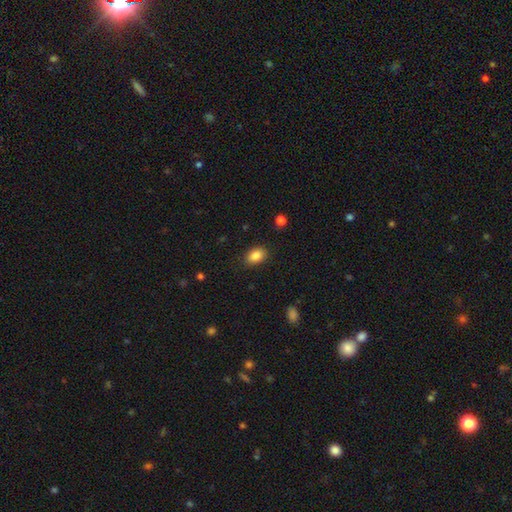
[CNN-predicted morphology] The model was most divided on "how rounded": in between: 82%, round: 17%, cigar-shaped: 1%. More confident: smooth or featured — smooth (87%); merging — none (86%).